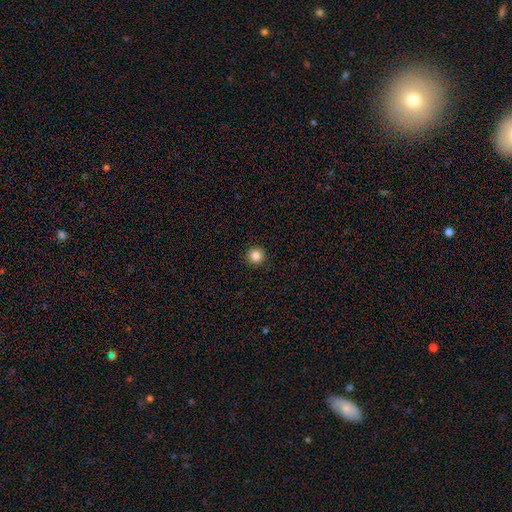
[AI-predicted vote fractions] This appears to be a smooth galaxy with no disk features (85%) that is round (96%). Merging: none (93%).